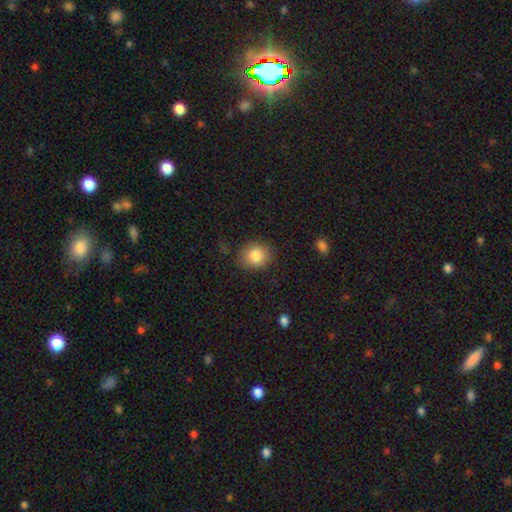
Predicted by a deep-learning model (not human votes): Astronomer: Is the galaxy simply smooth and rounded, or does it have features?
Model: smooth — 83%.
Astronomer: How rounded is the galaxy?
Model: round — 72%.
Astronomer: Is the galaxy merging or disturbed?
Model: none — 82%.